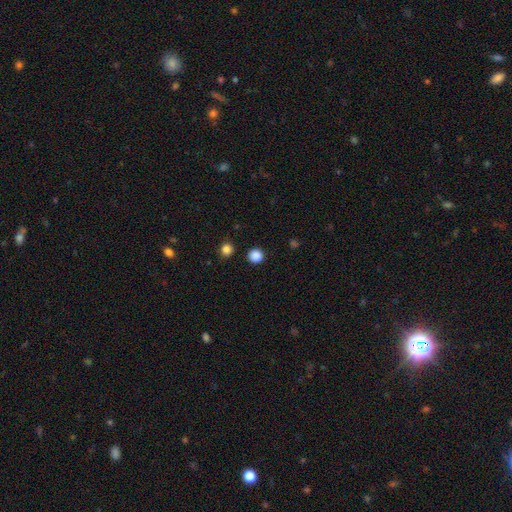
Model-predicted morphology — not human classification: Smooth or featured? smooth (87%)
How rounded? round (93%)
Merging? none (91%)